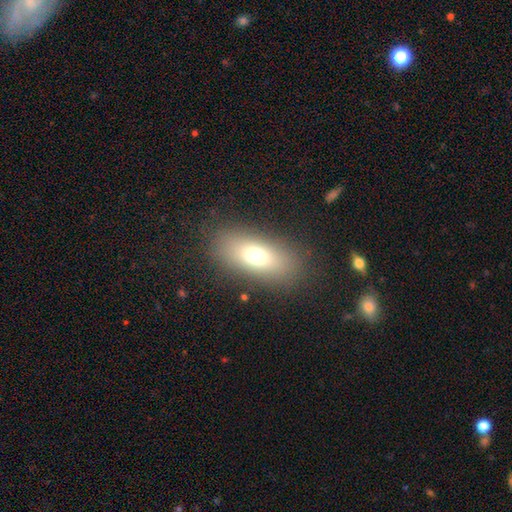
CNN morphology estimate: Q: Smooth or featured?
A: smooth (71%); runner-up: featured or disk (18%)
Q: How rounded?
A: in between (80%); runner-up: cigar-shaped (14%)
Q: Merging?
A: none (84%); runner-up: minor disturbance (10%)